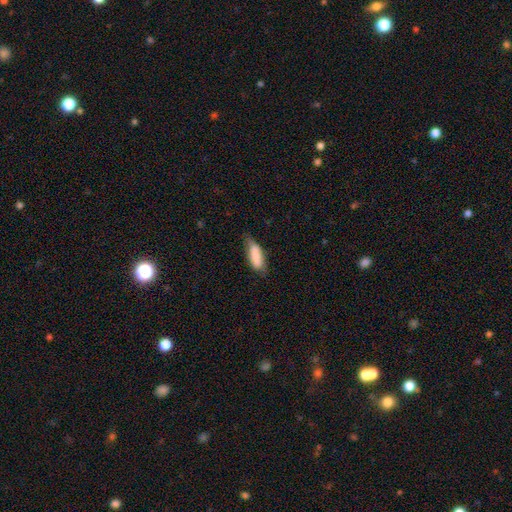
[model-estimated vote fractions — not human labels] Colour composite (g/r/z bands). It shows a smooth galaxy with no disk features (82%) that is in between round and cigar-shaped (63%). Merging: none (55%).